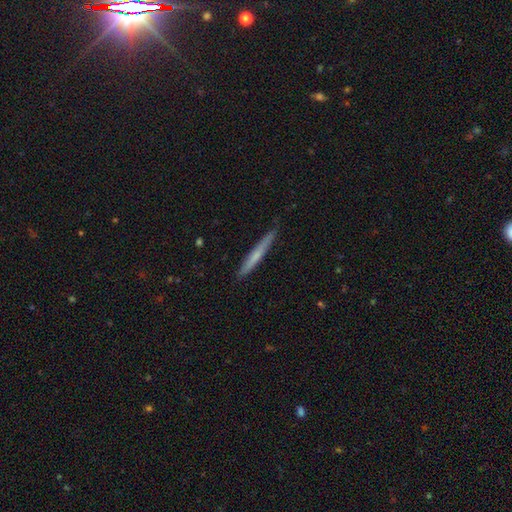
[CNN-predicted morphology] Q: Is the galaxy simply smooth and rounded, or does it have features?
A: smooth — 56%.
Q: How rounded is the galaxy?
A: cigar-shaped — 96%.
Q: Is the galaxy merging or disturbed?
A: none — 86%.